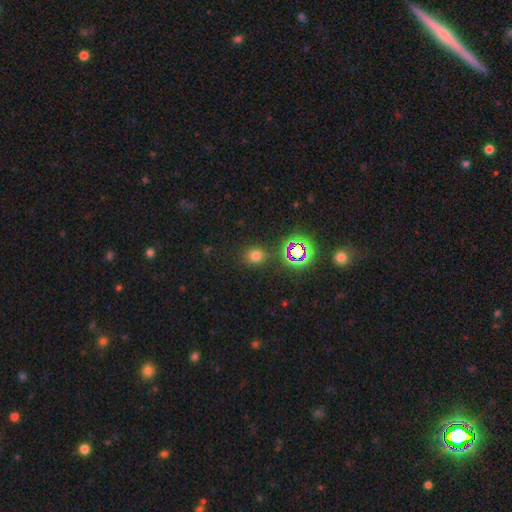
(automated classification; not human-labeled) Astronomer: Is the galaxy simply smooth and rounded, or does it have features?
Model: smooth — 67%.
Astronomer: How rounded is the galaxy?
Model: round — 74%.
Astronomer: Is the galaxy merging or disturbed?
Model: none — 85%.